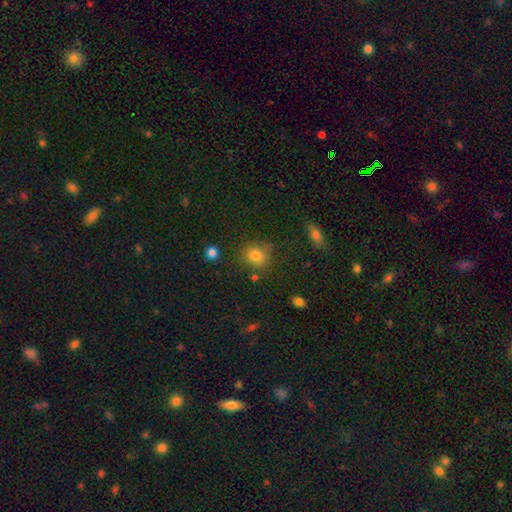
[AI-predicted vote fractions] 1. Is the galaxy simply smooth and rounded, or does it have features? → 80% smooth, 13% star or artifact, 8% featured or disk.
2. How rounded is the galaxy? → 76% round, 23% in between, 1% cigar-shaped.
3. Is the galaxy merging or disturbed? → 75% none, 16% minor disturbance, 5% merger, 5% major disturbance.